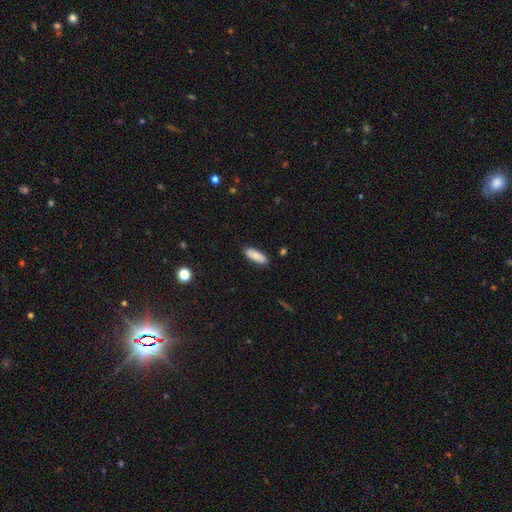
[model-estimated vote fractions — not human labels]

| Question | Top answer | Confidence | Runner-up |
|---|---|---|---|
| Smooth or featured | smooth | 82% | featured or disk (12%) |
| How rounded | in between | 61% | cigar-shaped (37%) |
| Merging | none | 86% | minor disturbance (10%) |